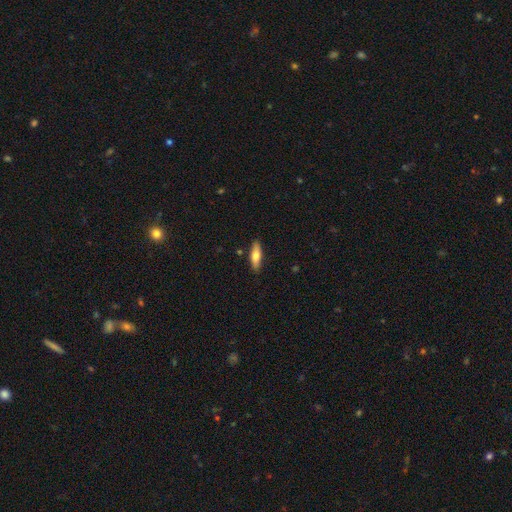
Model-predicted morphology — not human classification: smooth-or-featured: smooth: 71% | featured or disk: 23% | star or artifact: 6%
  how-rounded: cigar-shaped: 51% | in between: 47% | round: 2%
  merging: none: 86% | minor disturbance: 10% | major disturbance: 2% | merger: 2%